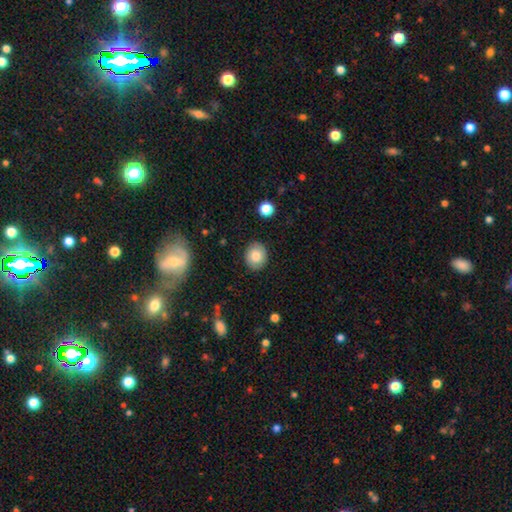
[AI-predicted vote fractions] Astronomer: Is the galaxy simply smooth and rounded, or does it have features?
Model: smooth — 80%.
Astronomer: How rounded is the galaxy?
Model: round — 70%.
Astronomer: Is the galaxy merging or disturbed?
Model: none — 87%.